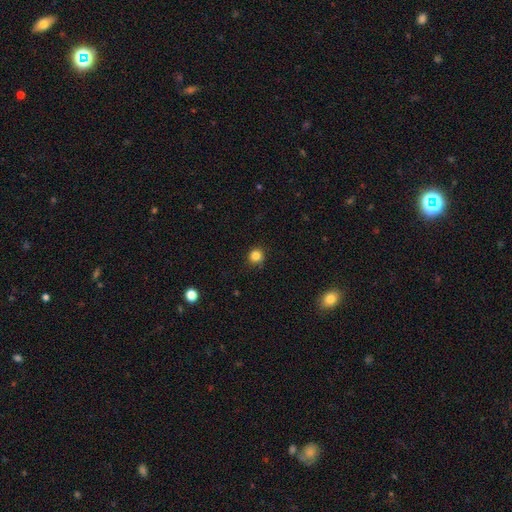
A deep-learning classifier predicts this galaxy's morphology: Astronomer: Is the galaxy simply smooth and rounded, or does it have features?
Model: smooth — 84%.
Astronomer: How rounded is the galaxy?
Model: round — 93%.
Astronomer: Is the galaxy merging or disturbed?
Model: none — 89%.